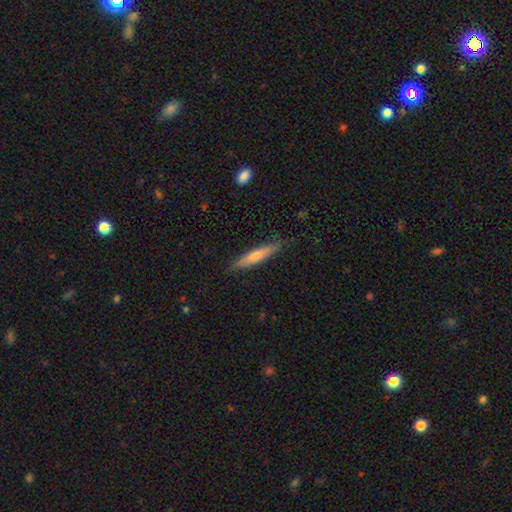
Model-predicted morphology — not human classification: smooth_or_featured: smooth (p=0.61) [alt: featured or disk p=0.33]
how_rounded: cigar-shaped (p=0.90) [alt: in between p=0.08]
merging: none (p=0.85) [alt: minor disturbance p=0.12]